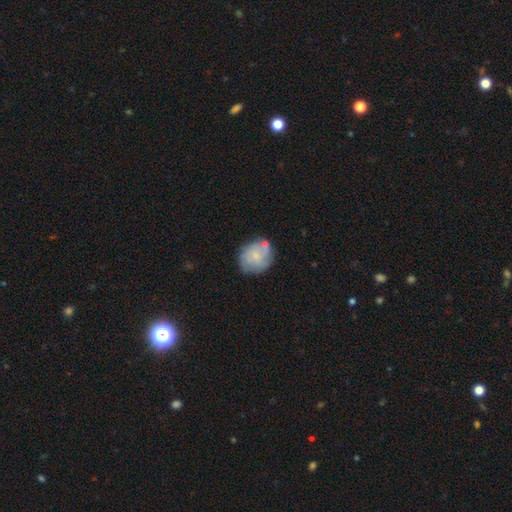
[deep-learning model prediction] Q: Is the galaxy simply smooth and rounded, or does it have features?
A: featured or disk — 49%.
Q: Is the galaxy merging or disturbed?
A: none — 59%.